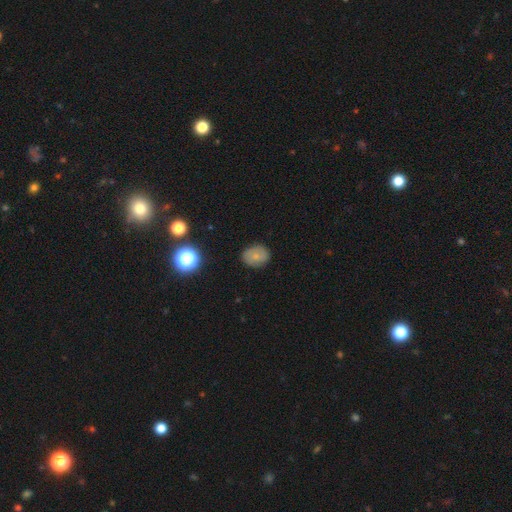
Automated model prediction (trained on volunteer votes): Smooth or featured? smooth (65%)
How rounded? in between (51%)
Merging? none (81%)